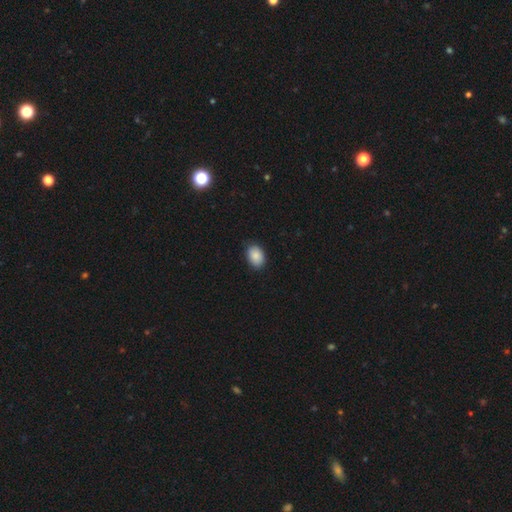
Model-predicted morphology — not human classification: smooth-or-featured: smooth: 89% | star or artifact: 7% | featured or disk: 4%
  how-rounded: in between: 81% | round: 18% | cigar-shaped: 1%
  merging: none: 87% | minor disturbance: 10% | major disturbance: 2% | merger: 1%